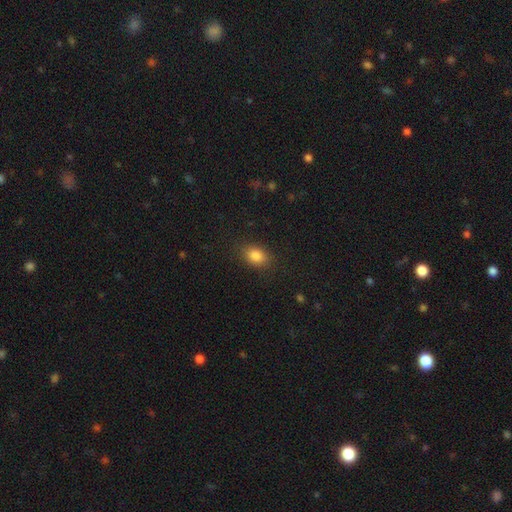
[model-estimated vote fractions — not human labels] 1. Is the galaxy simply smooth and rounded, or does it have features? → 85% smooth, 9% star or artifact, 5% featured or disk.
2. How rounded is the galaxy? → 78% in between, 21% round, 2% cigar-shaped.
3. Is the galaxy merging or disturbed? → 85% none, 10% minor disturbance, 3% major disturbance, 1% merger.